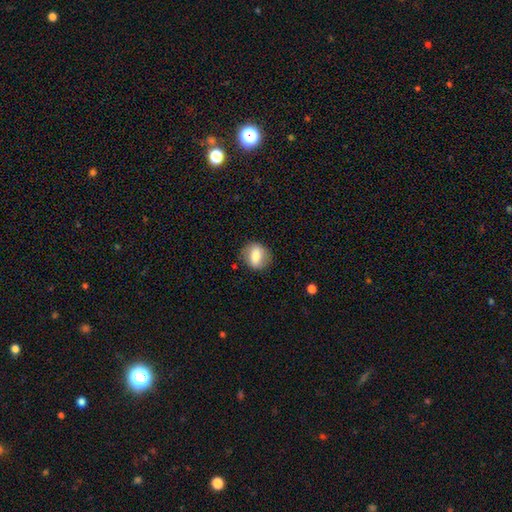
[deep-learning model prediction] smooth-or-featured: smooth: 70% | featured or disk: 23% | star or artifact: 8%
  how-rounded: round: 52% | in between: 45% | cigar-shaped: 3%
  merging: none: 82% | minor disturbance: 13% | major disturbance: 4% | merger: 1%